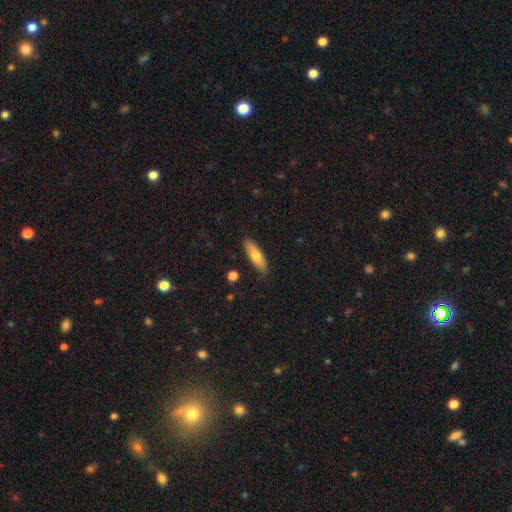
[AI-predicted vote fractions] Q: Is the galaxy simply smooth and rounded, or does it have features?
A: smooth — 69%.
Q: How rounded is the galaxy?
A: cigar-shaped — 52%.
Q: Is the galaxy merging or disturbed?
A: none — 86%.